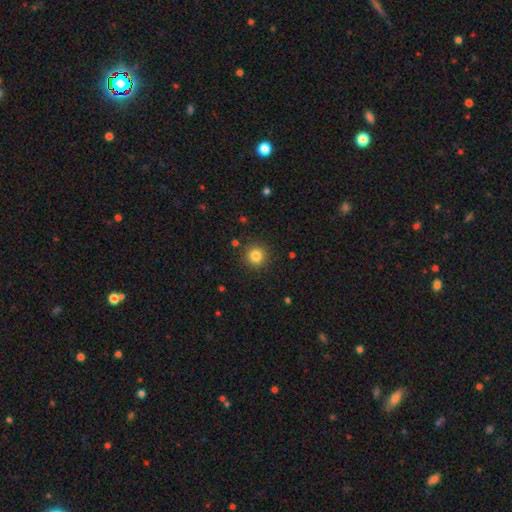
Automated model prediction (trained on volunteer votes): smooth_or_featured: smooth (p=0.83) [alt: star or artifact p=0.11]
how_rounded: round (p=0.94) [alt: in between p=0.05]
merging: none (p=0.90) [alt: minor disturbance p=0.07]